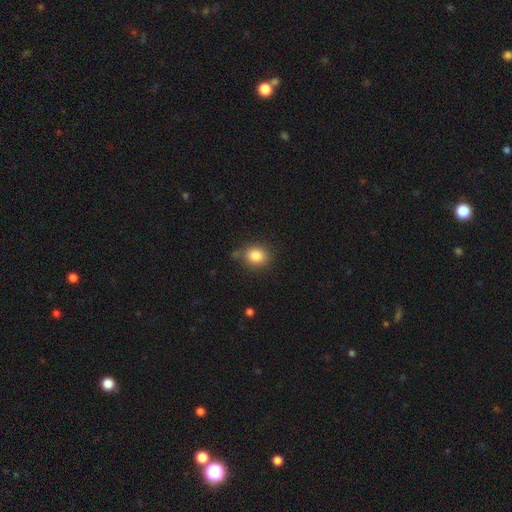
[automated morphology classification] smooth-or-featured: smooth: 85% | star or artifact: 10% | featured or disk: 5%
  how-rounded: round: 62% | in between: 37% | cigar-shaped: 1%
  merging: none: 77% | minor disturbance: 16% | major disturbance: 4% | merger: 4%